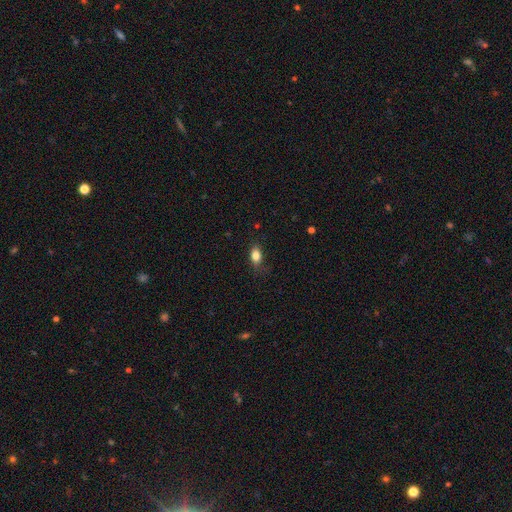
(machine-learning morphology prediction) Smooth or featured? Predicted: smooth (p=0.84). How rounded? Predicted: in between (p=0.83). Merging? Predicted: none (p=0.75).